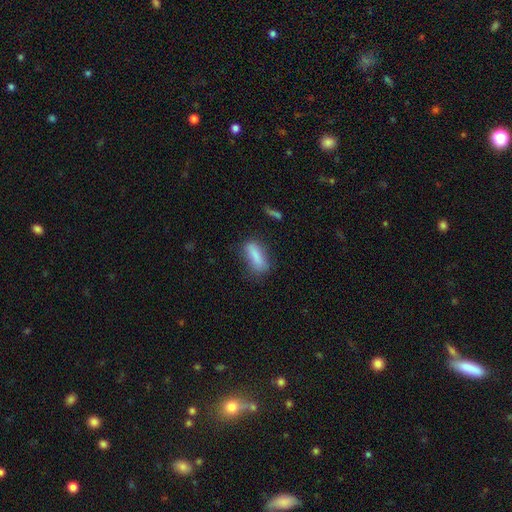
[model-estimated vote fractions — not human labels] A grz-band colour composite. It shows a smooth galaxy with no disk features (82%) that is in between round and cigar-shaped (57%). Merging: none (65%).